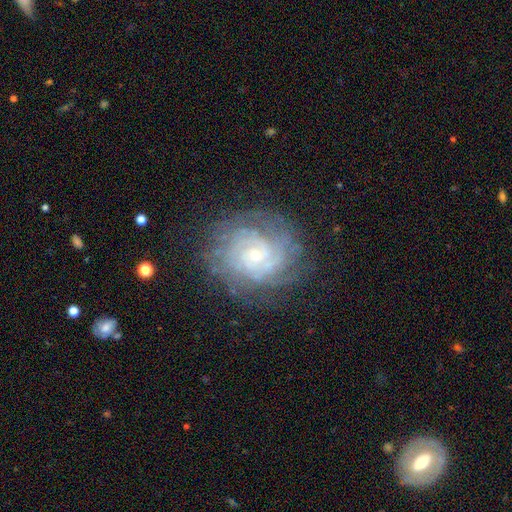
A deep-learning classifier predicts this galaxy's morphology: smooth-or-featured: featured or disk: 83% | smooth: 9% | star or artifact: 8%
  disk-edge-on: no: 98% | yes: 2%
    bar: no: 74% | weak: 22% | strong: 5%
    has-spiral-arms: yes: 95% | no: 5%
      spiral-winding: tight: 76% | medium: 19% | loose: 4%
      spiral-arm-count: can't tell: 37% | 4: 16% | 3: 15% | 2: 14% | more than 4: 11% | 1: 6%
    bulge-size: small: 72% | moderate: 23% | large: 2% | none: 2% | dominant: 1%
  merging: none: 77% | minor disturbance: 15% | major disturbance: 7% | merger: 1%